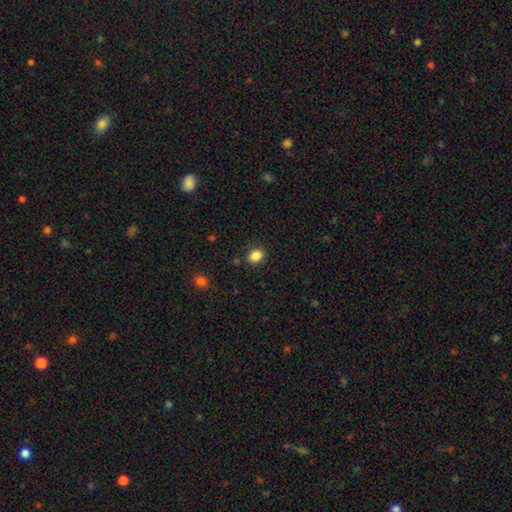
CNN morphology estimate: smooth_or_featured: smooth (p=0.86) [alt: star or artifact p=0.10]
how_rounded: in between (p=0.53) [alt: round p=0.46]
merging: none (p=0.87) [alt: minor disturbance p=0.09]